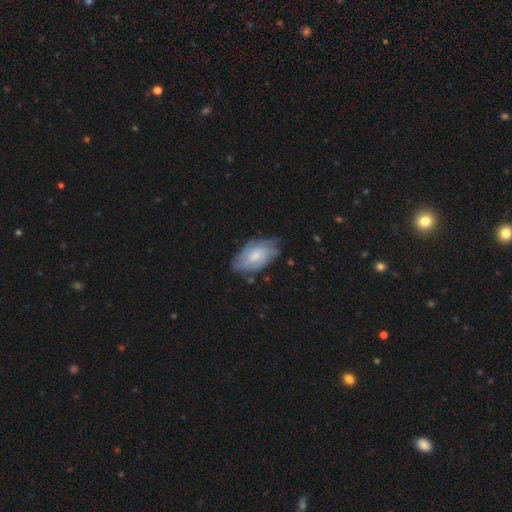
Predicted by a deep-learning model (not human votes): featured or disk 52%, smooth 42%, star or artifact 6%. Down the decision tree: edge-on disk — no (94%); merging — none (56%).